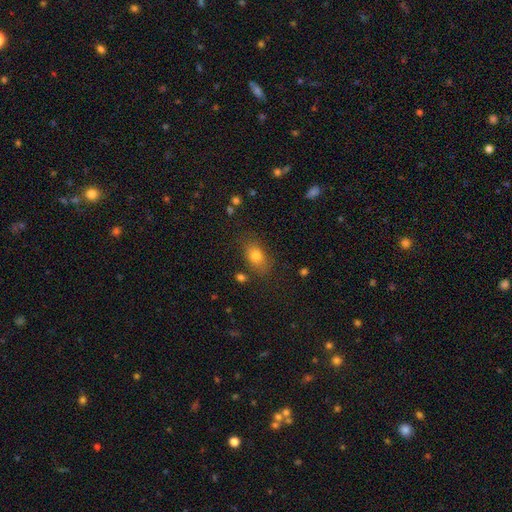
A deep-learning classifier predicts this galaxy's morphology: The model was most divided on "how rounded": in between: 78%, round: 20%, cigar-shaped: 2%. More confident: smooth or featured — smooth (78%); merging — none (76%).